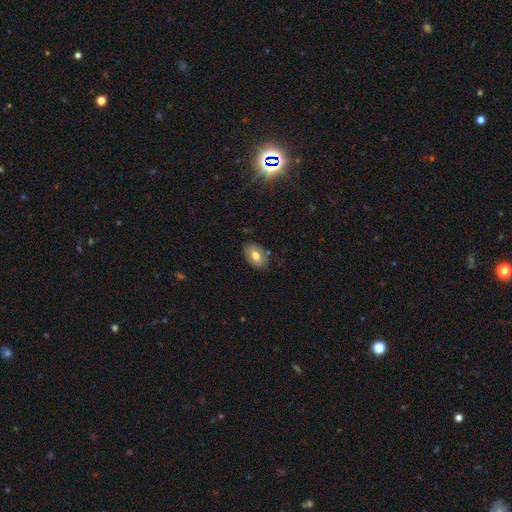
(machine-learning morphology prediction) Smooth or featured? smooth (69%)
How rounded? in between (90%)
Merging? none (80%)